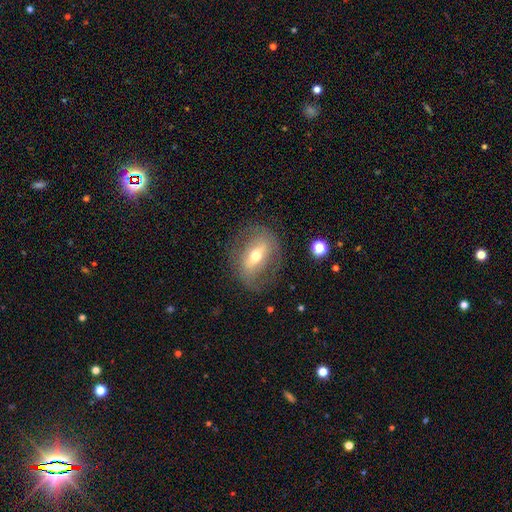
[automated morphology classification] A featured or disk galaxy (65%) with a strong bar (54%), no spiral arms (54%) and a moderate central bulge (66%).

Vote fractions:
- Smooth or featured? featured or disk: 65% / smooth: 27% / star or artifact: 8%
- Edge-on disk? no: 83% / yes: 17%
- Bar? strong: 54% / weak: 28% / no: 18%
- Spiral arms? no: 54% / yes: 46%
- Bulge size? moderate: 66% / small: 25% / large: 7% / dominant: 1% / none: 1%
- Merging? none: 72% / minor disturbance: 16% / major disturbance: 11% / merger: 2%